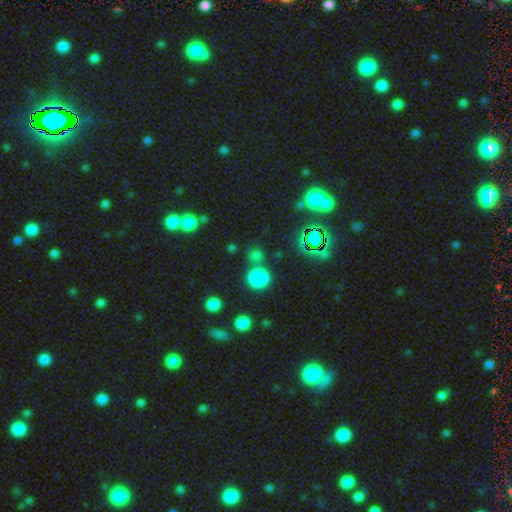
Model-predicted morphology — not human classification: Smooth or featured? smooth (60%)
How rounded? round (86%)
Merging? none (72%)